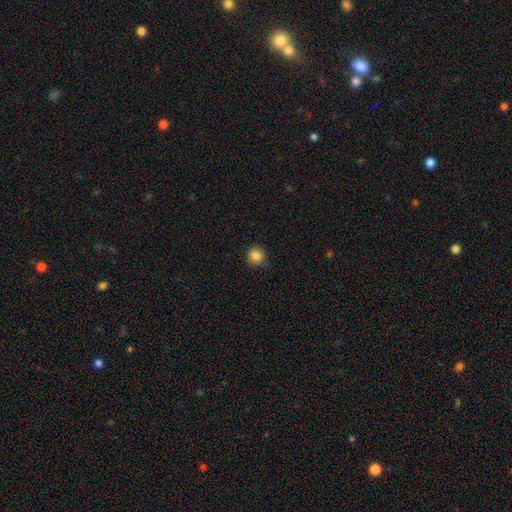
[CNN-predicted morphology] The model was most divided on "merging": none: 82%, minor disturbance: 14%, major disturbance: 2%, merger: 1%. More confident: how rounded — round (90%); smooth or featured — smooth (84%).